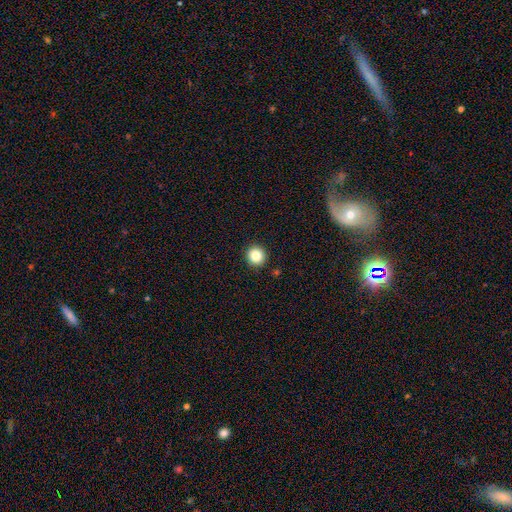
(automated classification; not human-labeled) Smooth or featured: smooth — 84% (star or artifact — 10%)
How rounded: round — 94% (in between — 5%)
Merging: none — 93% (minor disturbance — 5%)